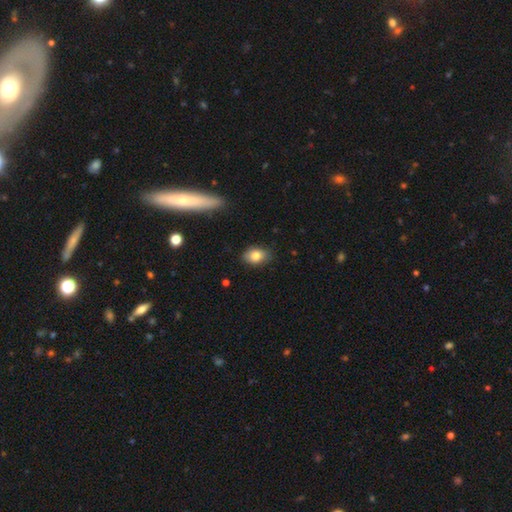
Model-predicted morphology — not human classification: This is clearly a smooth galaxy (81%). How rounded: clearly in between (81%). Merging: clearly none (83%).